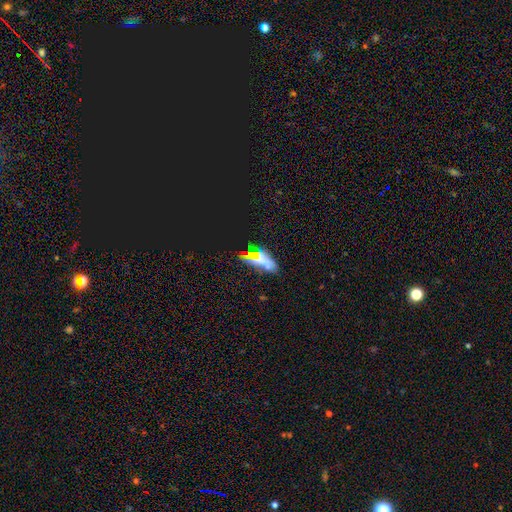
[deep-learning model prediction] Smooth or featured? star or artifact (44%)